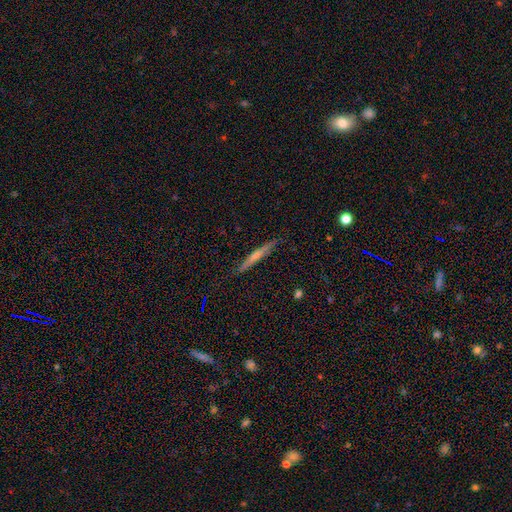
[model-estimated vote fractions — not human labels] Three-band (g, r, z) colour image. It shows a featured or disk galaxy (62%) viewed edge-on (97%) with a rounded central bulge (59%). Merging: none (88%).